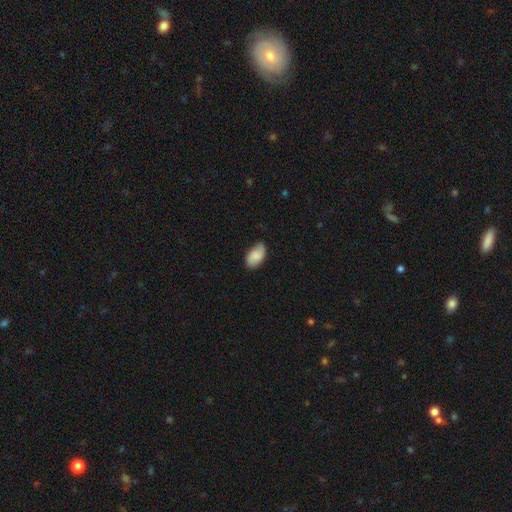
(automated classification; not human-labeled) The model was most divided on "merging": none: 73%, minor disturbance: 23%, major disturbance: 3%, merger: 1%. More confident: how rounded — in between (94%); smooth or featured — smooth (85%).